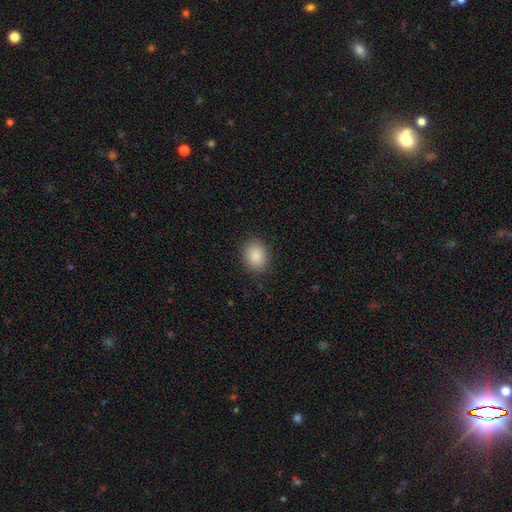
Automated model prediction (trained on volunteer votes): A smooth galaxy with no disk features (88%) that is round (53%). Merging: none (87%).